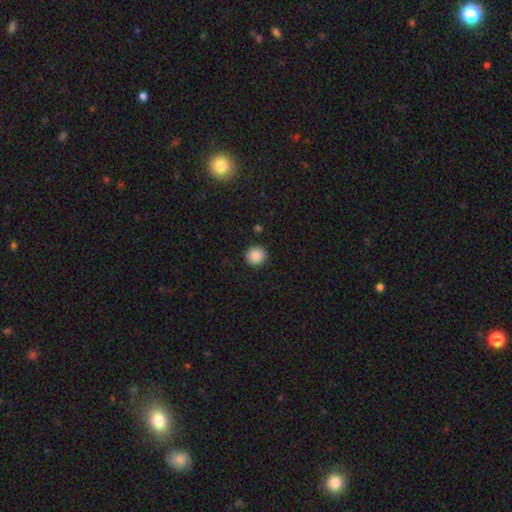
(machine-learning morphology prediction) smooth-or-featured: smooth: 87% | star or artifact: 9% | featured or disk: 4%
  how-rounded: round: 92% | in between: 7% | cigar-shaped: 1%
  merging: none: 92% | minor disturbance: 5% | major disturbance: 2% | merger: 1%